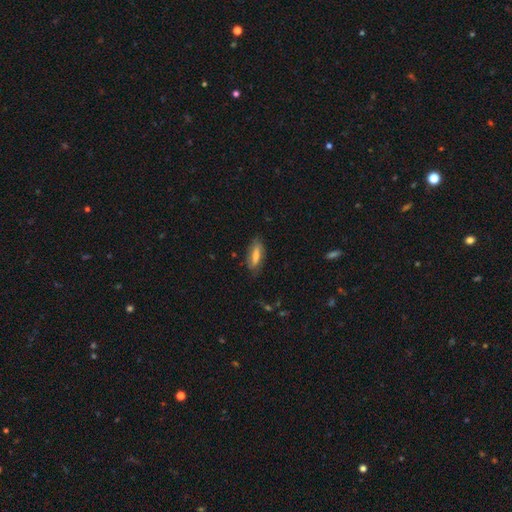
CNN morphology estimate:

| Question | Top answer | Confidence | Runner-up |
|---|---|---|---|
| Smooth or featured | smooth | 64% | featured or disk (28%) |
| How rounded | in between | 62% | cigar-shaped (35%) |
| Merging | none | 72% | minor disturbance (20%) |